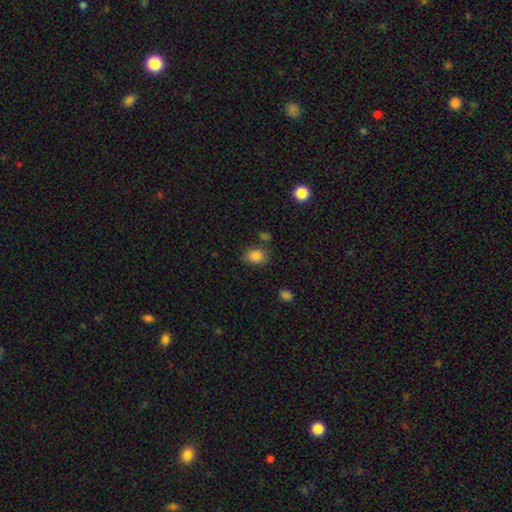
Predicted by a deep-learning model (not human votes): This is clearly a smooth galaxy (86%). How rounded: likely in between (65%). Merging: likely none (71%).